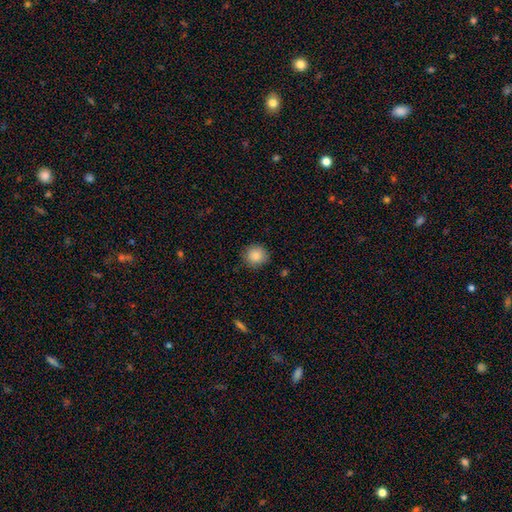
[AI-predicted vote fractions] This appears to be a smooth galaxy with no disk features (86%) that is round (91%). Merging: none (87%).